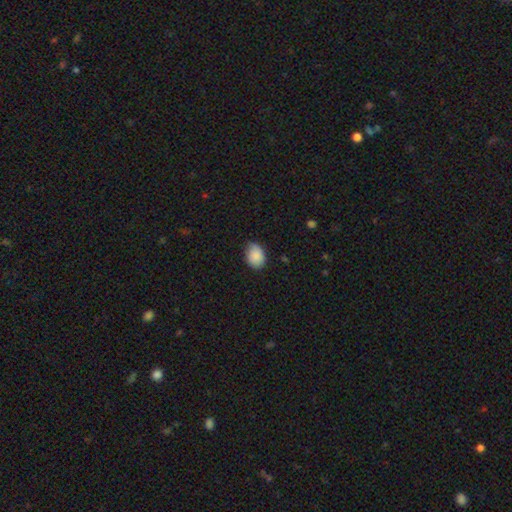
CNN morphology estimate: Smooth or featured: smooth — 86% (star or artifact — 7%)
How rounded: in between — 70% (round — 29%)
Merging: none — 69% (minor disturbance — 26%)